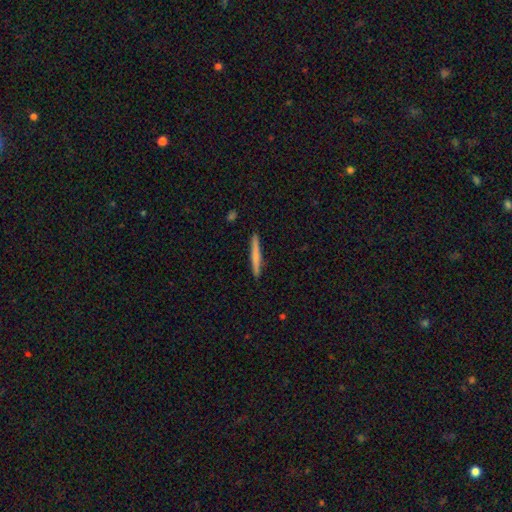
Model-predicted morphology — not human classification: type=smooth (66%); roundness=cigar-shaped (96%); merging=none (92%).